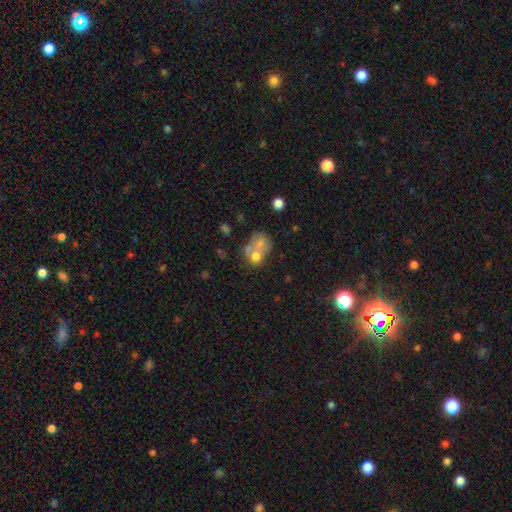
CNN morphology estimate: Smooth or featured? Predicted: smooth (p=0.43). Merging? Predicted: merger (p=0.44).